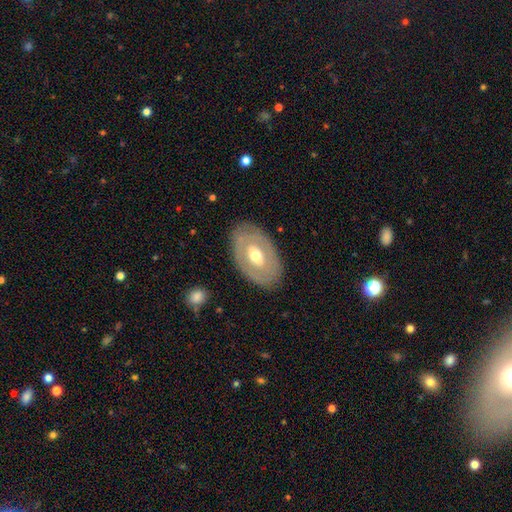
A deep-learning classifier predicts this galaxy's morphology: smooth-or-featured: featured or disk: 57% | smooth: 38% | star or artifact: 5%
  disk-edge-on: no: 89% | yes: 11%
    bar: no: 67% | weak: 24% | strong: 10%
    has-spiral-arms: no: 83% | yes: 17%
    bulge-size: moderate: 68% | small: 22% | large: 7% | dominant: 1% | none: 1%
  merging: none: 82% | minor disturbance: 12% | major disturbance: 4% | merger: 1%